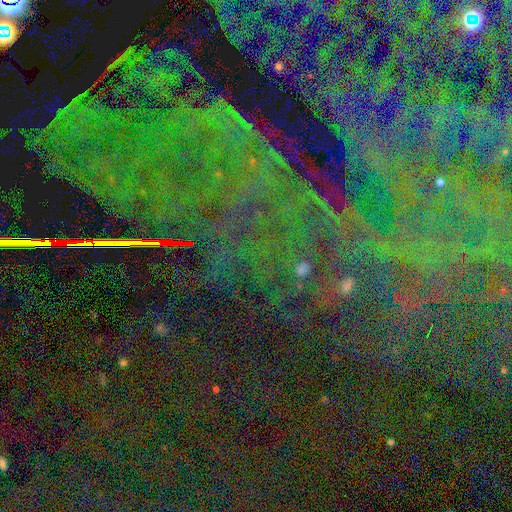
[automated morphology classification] smooth-or-featured: star or artifact: 85% | featured or disk: 8% | smooth: 7%